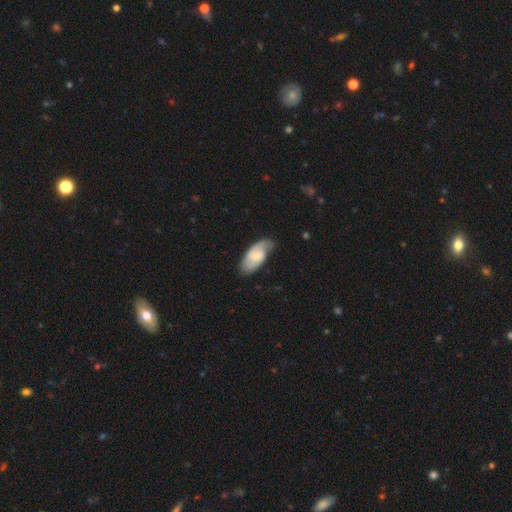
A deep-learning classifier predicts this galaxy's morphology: smooth_or_featured: featured or disk (p=0.50) [alt: smooth p=0.44]
disk_edge_on: no (p=0.93) [alt: yes p=0.07]
merging: none (p=0.63) [alt: minor disturbance p=0.27]